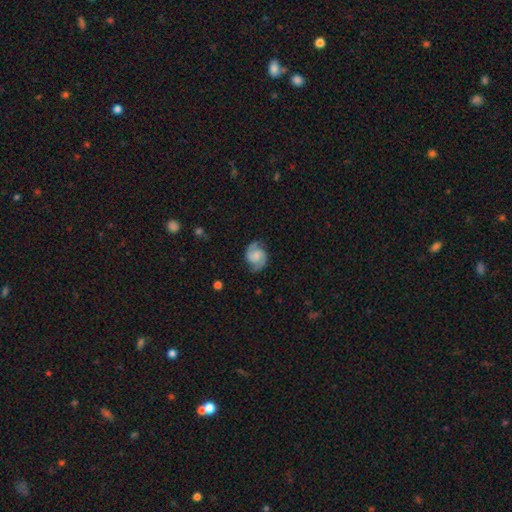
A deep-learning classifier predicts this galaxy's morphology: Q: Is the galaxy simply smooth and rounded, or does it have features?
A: featured or disk — 82%.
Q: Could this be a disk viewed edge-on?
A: no — 98%.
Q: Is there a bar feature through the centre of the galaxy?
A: no — 58%.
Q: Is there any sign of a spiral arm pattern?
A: yes — 97%.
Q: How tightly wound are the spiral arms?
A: medium — 53%.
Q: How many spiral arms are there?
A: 2 — 93%.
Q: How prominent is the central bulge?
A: none — 33%.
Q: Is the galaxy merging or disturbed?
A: none — 80%.